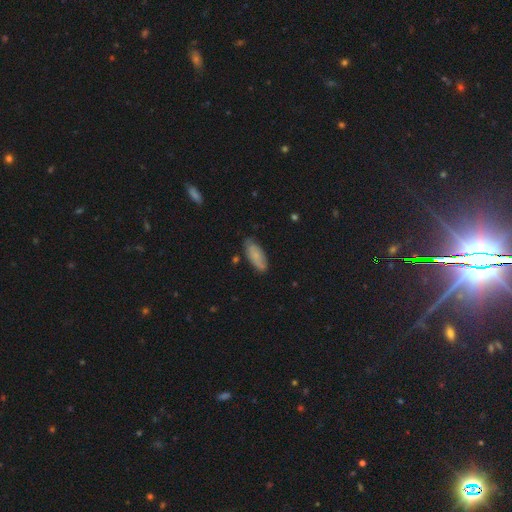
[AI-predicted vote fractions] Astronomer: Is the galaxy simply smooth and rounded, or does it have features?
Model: smooth — 75%.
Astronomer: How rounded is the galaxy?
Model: in between — 76%.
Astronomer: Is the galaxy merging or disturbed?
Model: none — 75%.